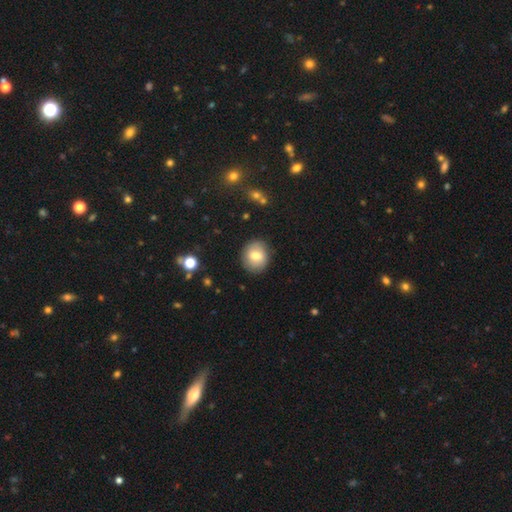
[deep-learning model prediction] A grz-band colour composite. It shows a smooth galaxy with no disk features (72%) that is round (77%). Merging: none (86%).